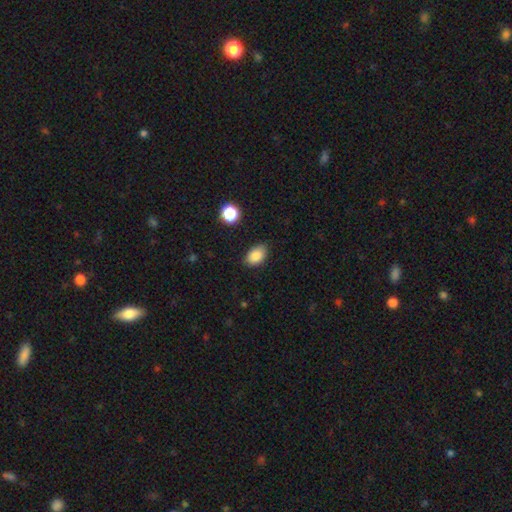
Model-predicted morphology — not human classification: Smooth or featured? Predicted: smooth (p=0.86). How rounded? Predicted: in between (p=0.87). Merging? Predicted: none (p=0.80).